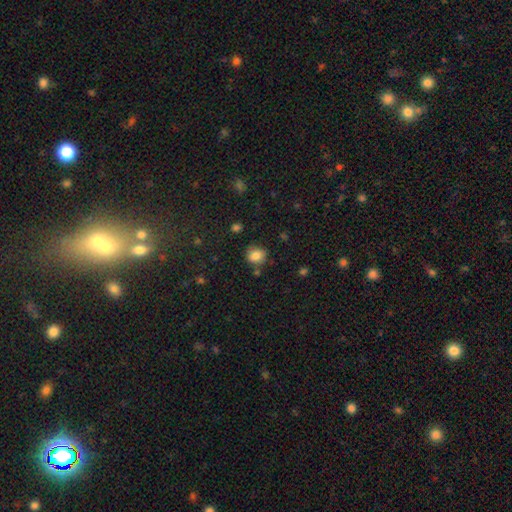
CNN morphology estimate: This is clearly a smooth galaxy (83%). How rounded: likely round (74%). Merging: likely none (75%).